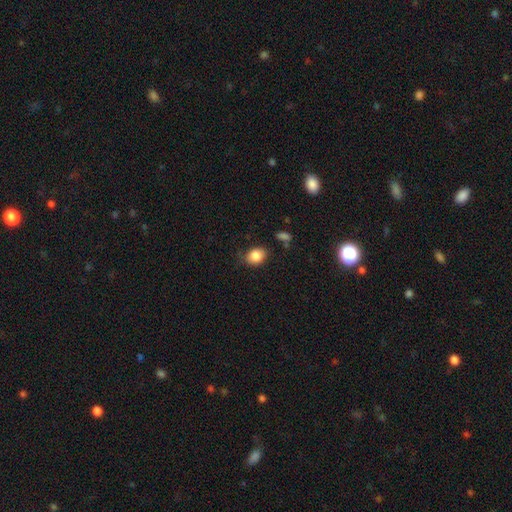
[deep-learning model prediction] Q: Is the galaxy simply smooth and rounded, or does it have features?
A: smooth — 85%.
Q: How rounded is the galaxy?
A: in between — 54%.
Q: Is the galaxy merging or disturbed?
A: none — 74%.